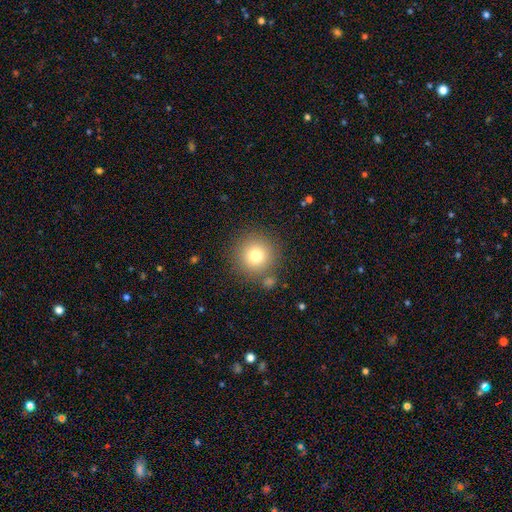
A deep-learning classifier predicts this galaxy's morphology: The model was most divided on "smooth or featured": smooth: 78%, star or artifact: 12%, featured or disk: 10%. More confident: how rounded — round (95%); merging — none (83%).